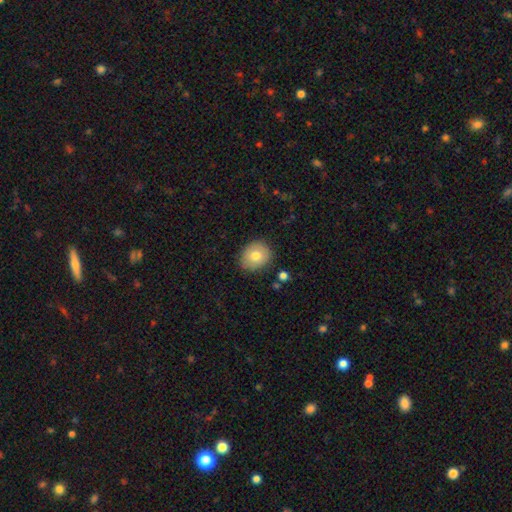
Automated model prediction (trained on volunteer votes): The model was most divided on "how rounded": round: 69%, in between: 30%, cigar-shaped: 1%. More confident: merging — none (85%); smooth or featured — smooth (76%).